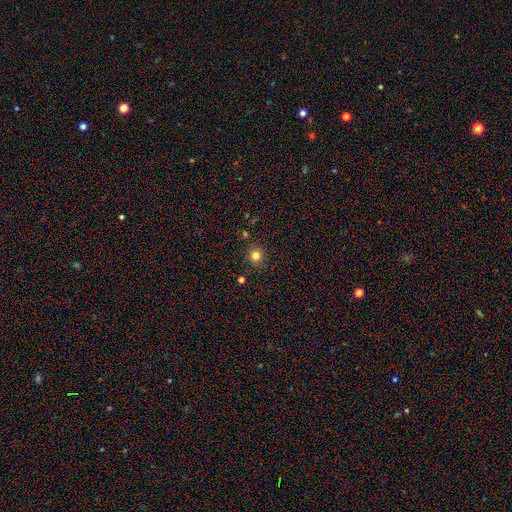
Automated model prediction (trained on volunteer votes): Q: Smooth or featured?
A: smooth (80%); runner-up: star or artifact (14%)
Q: How rounded?
A: round (92%); runner-up: in between (7%)
Q: Merging?
A: none (89%); runner-up: minor disturbance (6%)